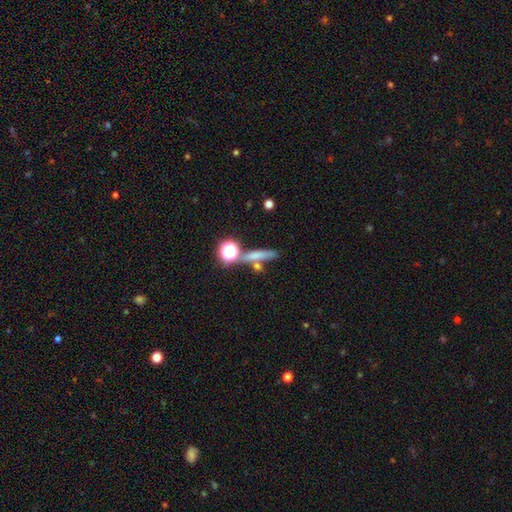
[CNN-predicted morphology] smooth_or_featured: smooth (p=0.62) [alt: featured or disk p=0.21]
how_rounded: cigar-shaped (p=0.70) [alt: round p=0.16]
merging: none (p=0.67) [alt: merger p=0.17]